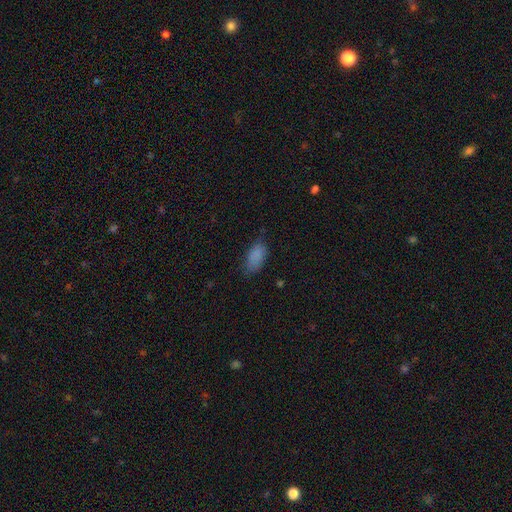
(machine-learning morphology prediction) Smooth or featured: smooth — 85% (star or artifact — 9%)
How rounded: in between — 92% (cigar-shaped — 5%)
Merging: none — 69% (minor disturbance — 23%)